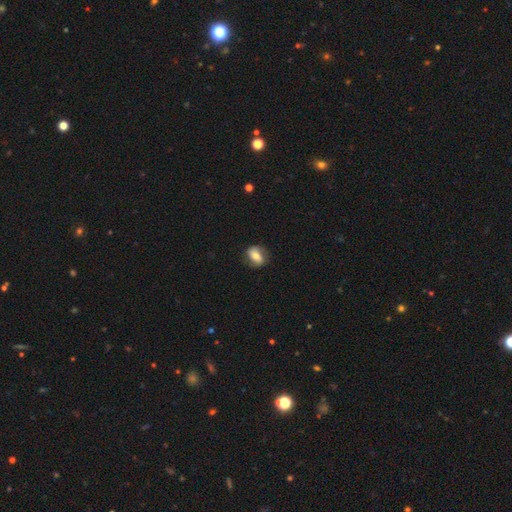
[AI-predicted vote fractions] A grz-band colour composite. It shows a smooth galaxy with no disk features (56%) that is in between round and cigar-shaped (69%). Merging: none (76%).